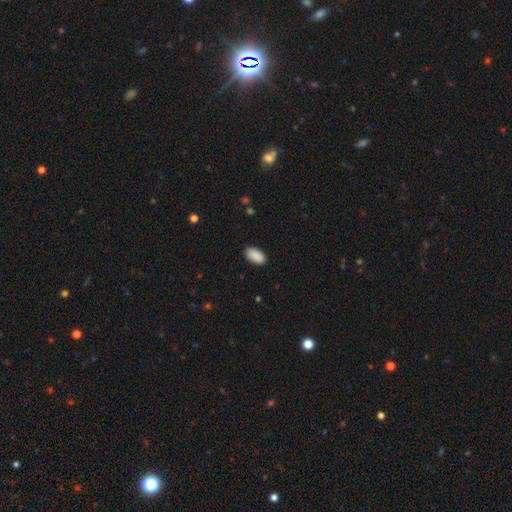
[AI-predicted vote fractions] Smooth or featured?
  - smooth: 90% *
  - star or artifact: 7%
  - featured or disk: 3%
How rounded?
  - in between: 95% *
  - round: 3%
  - cigar-shaped: 2%
Merging?
  - none: 86% *
  - minor disturbance: 10%
  - major disturbance: 2%
  - merger: 1%